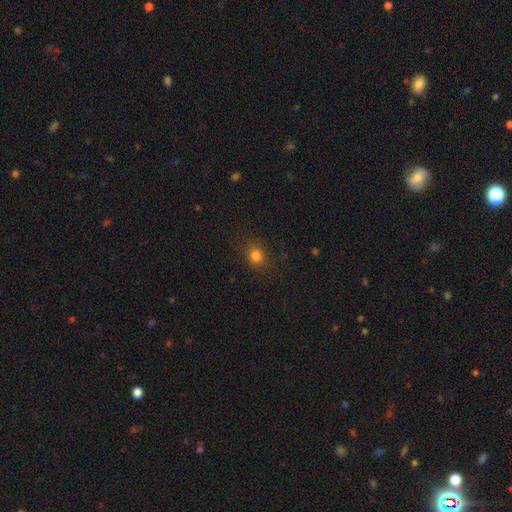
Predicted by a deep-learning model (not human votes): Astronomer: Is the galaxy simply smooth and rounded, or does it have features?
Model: smooth — 80%.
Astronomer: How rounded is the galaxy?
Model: round — 73%.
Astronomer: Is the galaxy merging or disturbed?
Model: none — 86%.